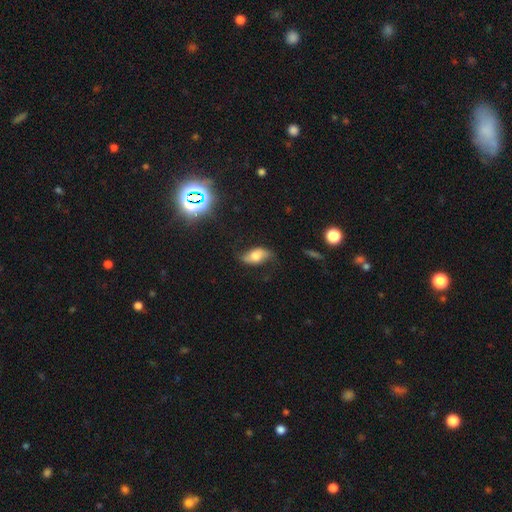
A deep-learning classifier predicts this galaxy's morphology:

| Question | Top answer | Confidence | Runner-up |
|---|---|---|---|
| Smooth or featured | smooth | 52% | featured or disk (38%) |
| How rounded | in between | 88% | cigar-shaped (6%) |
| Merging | none | 66% | minor disturbance (24%) |